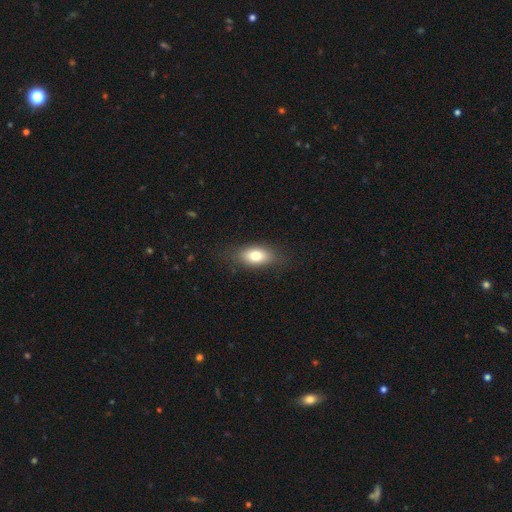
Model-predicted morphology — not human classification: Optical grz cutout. It shows a smooth galaxy with no disk features (75%) that is in between round and cigar-shaped (84%). Merging: none (81%).